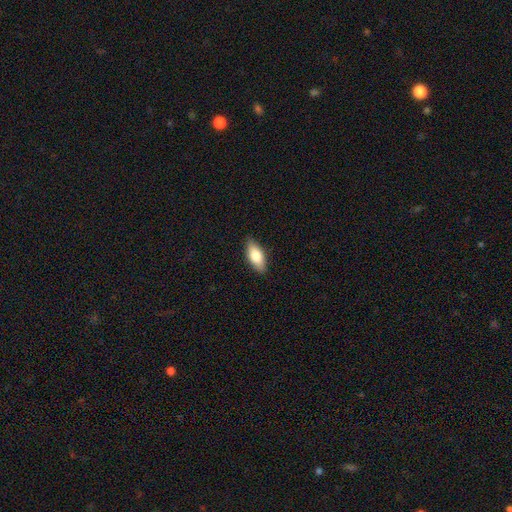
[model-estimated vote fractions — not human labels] Smooth or featured: smooth — 74% (featured or disk — 20%)
How rounded: in between — 82% (cigar-shaped — 16%)
Merging: none — 87% (minor disturbance — 10%)